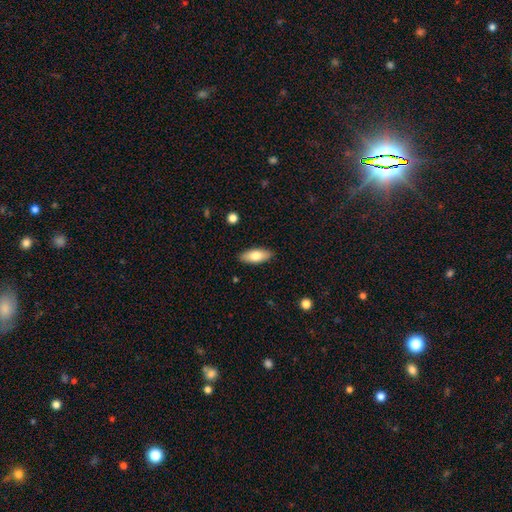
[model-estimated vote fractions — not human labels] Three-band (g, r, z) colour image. It shows a smooth galaxy with no disk features (75%) that is in between round and cigar-shaped (79%). Merging: none (89%).